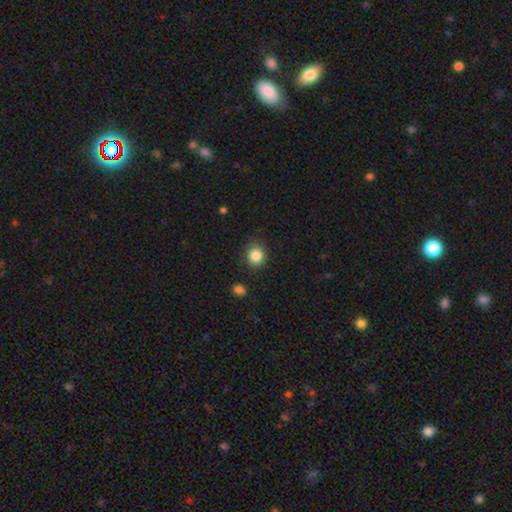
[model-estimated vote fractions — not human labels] Smooth or featured? smooth (85%)
How rounded? round (83%)
Merging? none (88%)